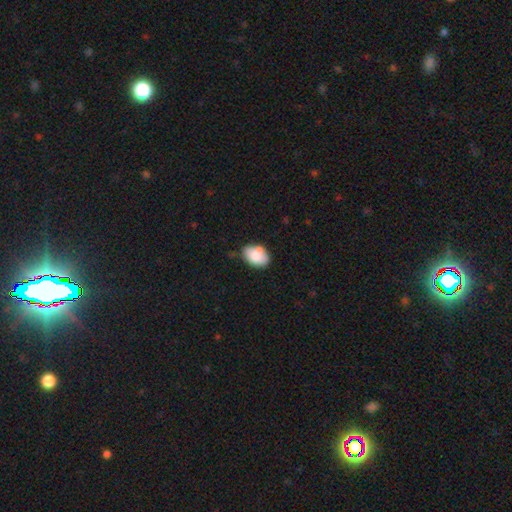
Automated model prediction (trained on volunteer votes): Smooth or featured? Predicted: smooth (p=0.80). How rounded? Predicted: in between (p=0.83). Merging? Predicted: none (p=0.65).